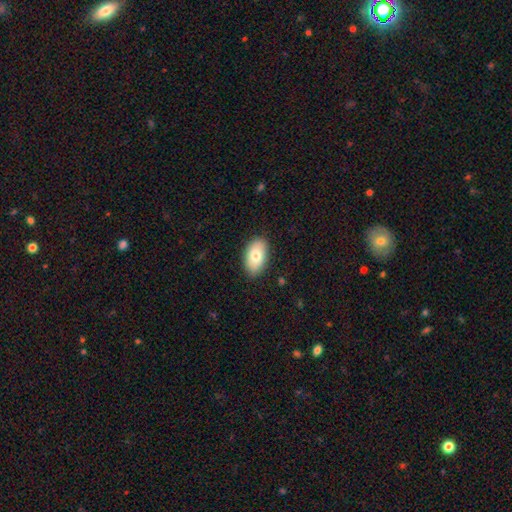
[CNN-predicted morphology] Overall: smooth (77%). How rounded: in between (94%). Merging: none (86%).